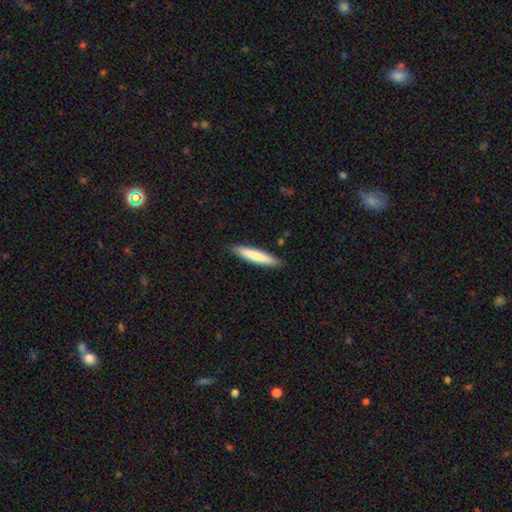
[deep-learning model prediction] A smooth galaxy with no disk features (74%) that is cigar-shaped (91%).

Vote fractions:
- Smooth or featured? smooth: 74% / featured or disk: 21% / star or artifact: 5%
- How rounded? cigar-shaped: 91% / in between: 8% / round: 1%
- Merging? none: 90% / minor disturbance: 8% / major disturbance: 1% / merger: 1%